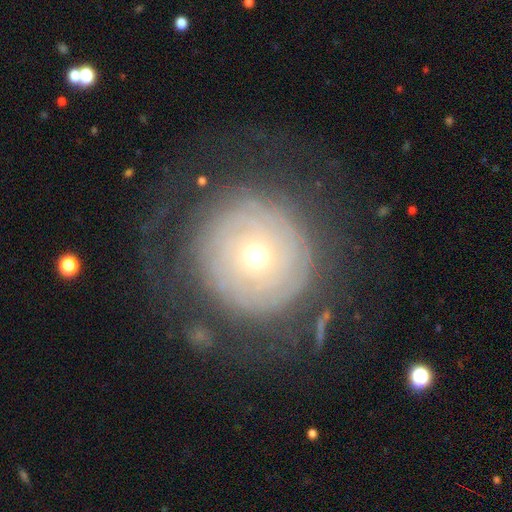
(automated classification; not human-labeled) A featured or disk galaxy (64%) with no bar (86%), spiral arms (69%) and a small central bulge (59%).

Vote fractions:
- Smooth or featured? featured or disk: 64% / smooth: 27% / star or artifact: 9%
- Edge-on disk? no: 97% / yes: 3%
- Bar? no: 86% / weak: 10% / strong: 3%
- Spiral arms? yes: 69% / no: 31%
- Bulge size? small: 59% / moderate: 36% / large: 3% / dominant: 1% / none: 1%
- Merging? none: 68% / major disturbance: 16% / minor disturbance: 14% / merger: 2%